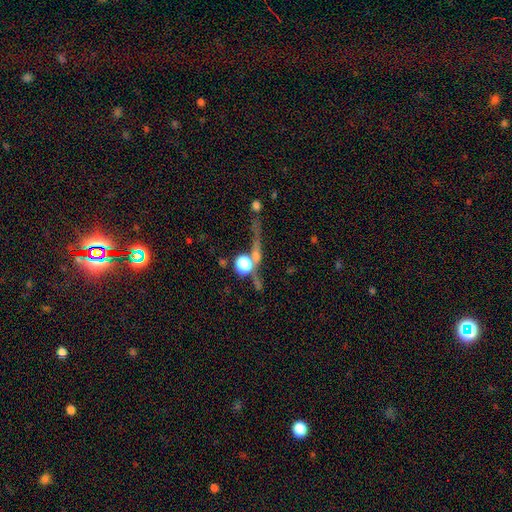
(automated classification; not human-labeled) The model was most divided on "smooth or featured": star or artifact: 44%, smooth: 31%, featured or disk: 26%.